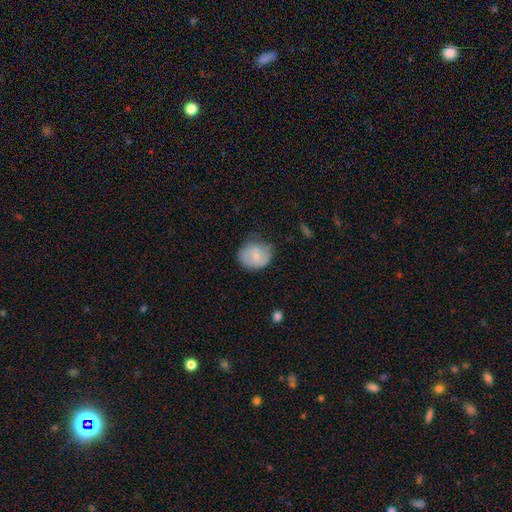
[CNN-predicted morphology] Q: Smooth or featured?
A: smooth (66%); runner-up: featured or disk (28%)
Q: How rounded?
A: round (61%); runner-up: in between (38%)
Q: Merging?
A: none (53%); runner-up: minor disturbance (34%)